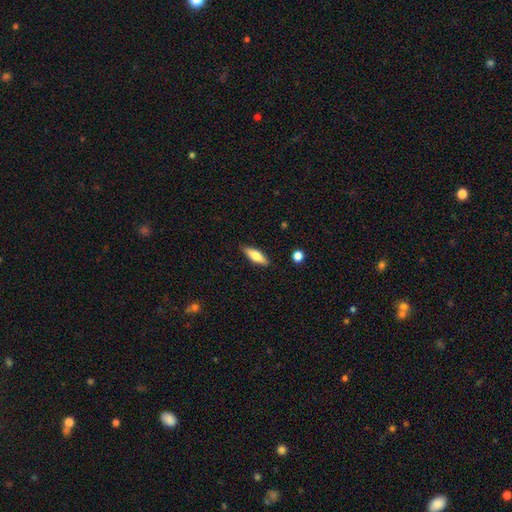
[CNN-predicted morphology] Overall: smooth (63%; featured or disk 30%). How rounded: in between (52%; cigar-shaped 46%). Merging: none (87%).